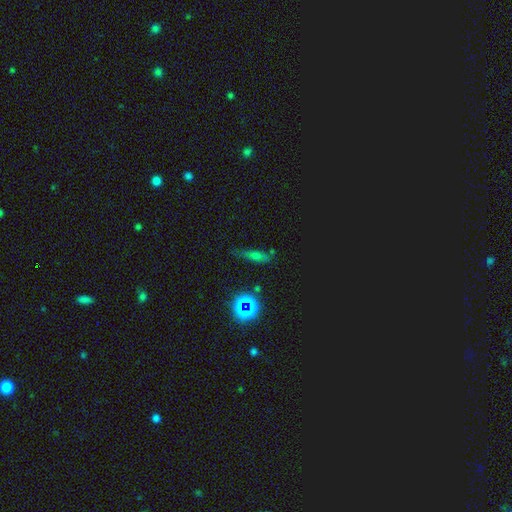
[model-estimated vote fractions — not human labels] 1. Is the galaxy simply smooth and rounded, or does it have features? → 46% smooth, 34% star or artifact, 19% featured or disk.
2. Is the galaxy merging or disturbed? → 69% none, 20% minor disturbance, 7% major disturbance, 4% merger.